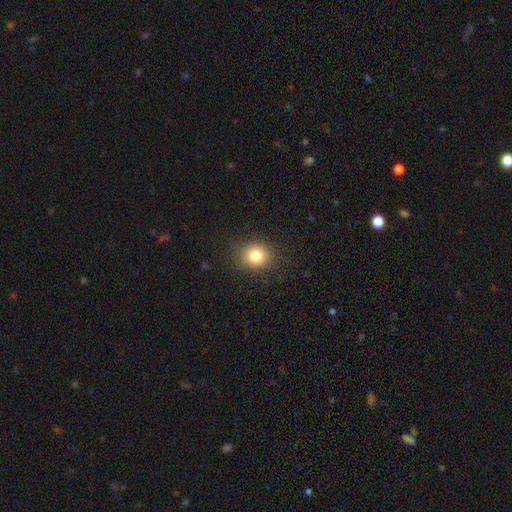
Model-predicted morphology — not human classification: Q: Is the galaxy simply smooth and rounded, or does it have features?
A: smooth — 80%.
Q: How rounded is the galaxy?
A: round — 83%.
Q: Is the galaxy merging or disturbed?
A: none — 88%.